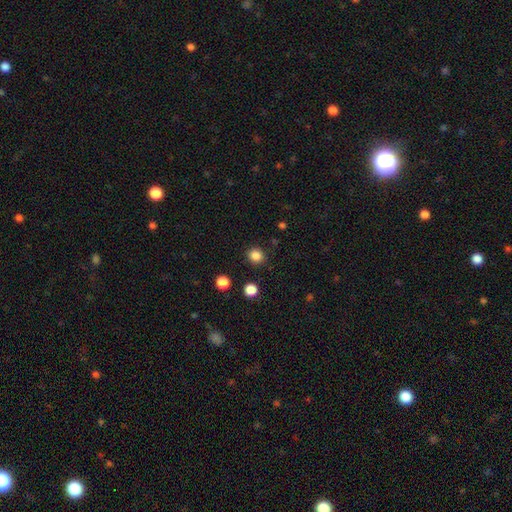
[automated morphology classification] Smooth or featured? smooth (85%)
How rounded? round (87%)
Merging? none (90%)